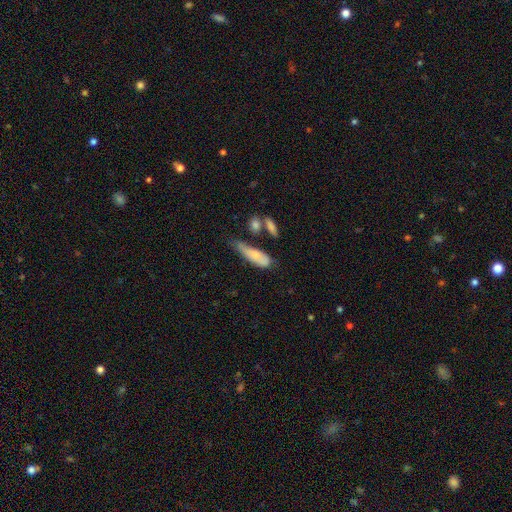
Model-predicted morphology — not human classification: type=smooth (71%); roundness=in between (56%); merging=minor disturbance (37%).